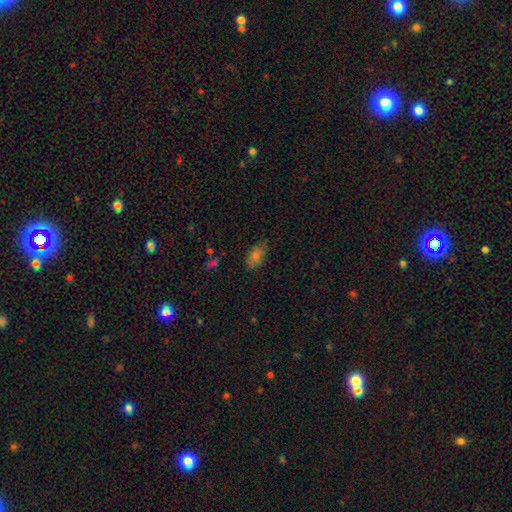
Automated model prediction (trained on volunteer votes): Morphology: type=smooth (72%); roundness=in between (89%); merging=none (76%).